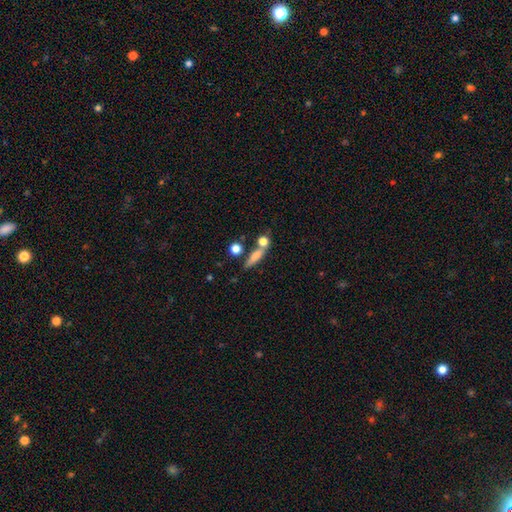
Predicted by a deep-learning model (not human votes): A smooth galaxy with no disk features (67%) that is cigar-shaped (62%).

Vote fractions:
- Smooth or featured? smooth: 67% / featured or disk: 23% / star or artifact: 10%
- How rounded? cigar-shaped: 62% / in between: 24% / round: 15%
- Merging? none: 59% / merger: 22% / minor disturbance: 13% / major disturbance: 6%